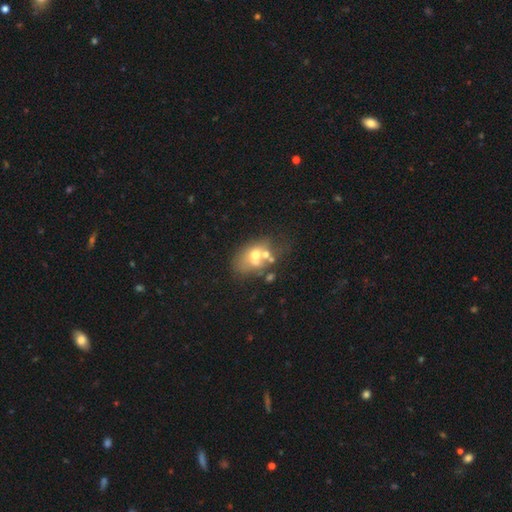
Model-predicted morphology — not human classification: Overall: smooth (48%; featured or disk 39%). Merging: merger (42%; none 31%).